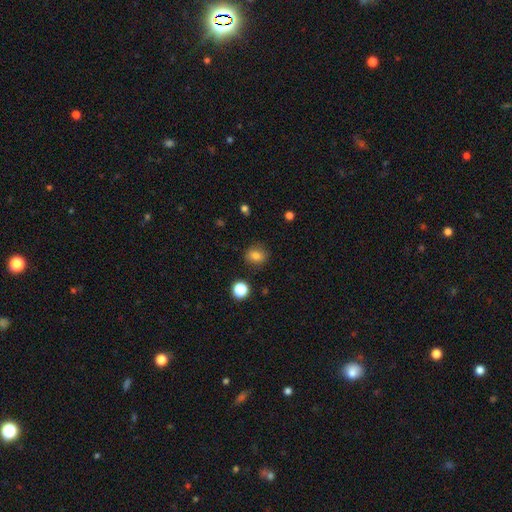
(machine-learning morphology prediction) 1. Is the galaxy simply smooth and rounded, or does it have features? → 81% smooth, 12% star or artifact, 7% featured or disk.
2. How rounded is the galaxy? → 70% round, 29% in between, 1% cigar-shaped.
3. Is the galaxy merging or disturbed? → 86% none, 10% minor disturbance, 3% major disturbance, 2% merger.